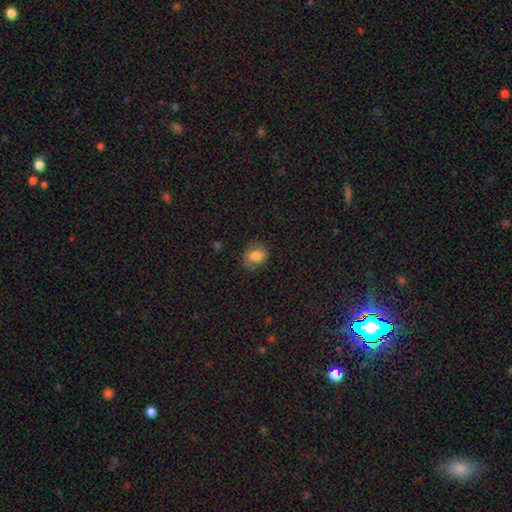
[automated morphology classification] A smooth galaxy with no disk features (68%) that is in between round and cigar-shaped (53%).

Vote fractions:
- Smooth or featured? smooth: 68% / featured or disk: 23% / star or artifact: 9%
- How rounded? in between: 53% / round: 46% / cigar-shaped: 1%
- Merging? none: 76% / minor disturbance: 17% / major disturbance: 6% / merger: 1%